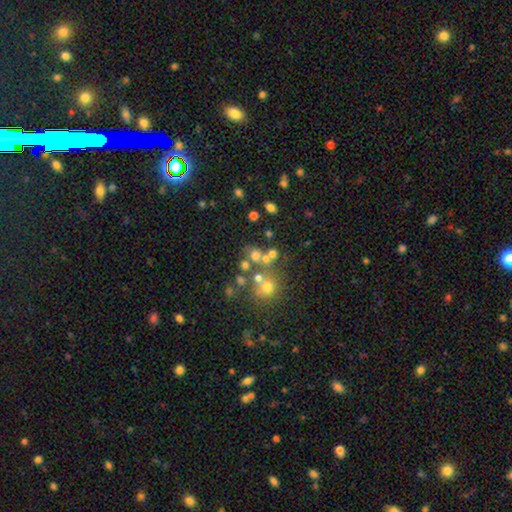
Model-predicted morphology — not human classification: A smooth galaxy with no disk features (58%) that is round (80%).

Vote fractions:
- Smooth or featured? smooth: 58% / star or artifact: 22% / featured or disk: 20%
- How rounded? round: 80% / in between: 19% / cigar-shaped: 1%
- Merging? none: 52% / merger: 31% / minor disturbance: 10% / major disturbance: 7%